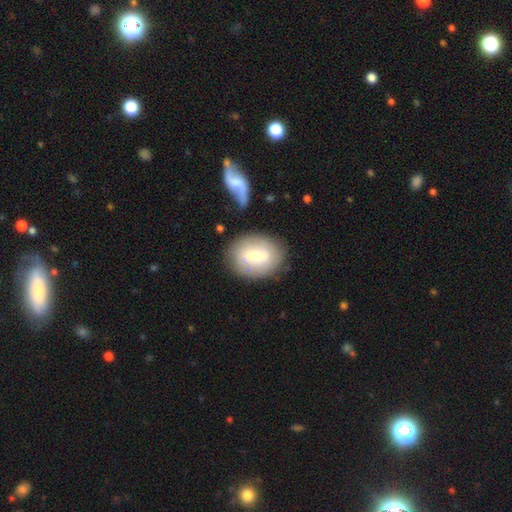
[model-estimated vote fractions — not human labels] Overall: smooth (50%; featured or disk 42%). How rounded: in between (53%; round 45%). Merging: none (75%).